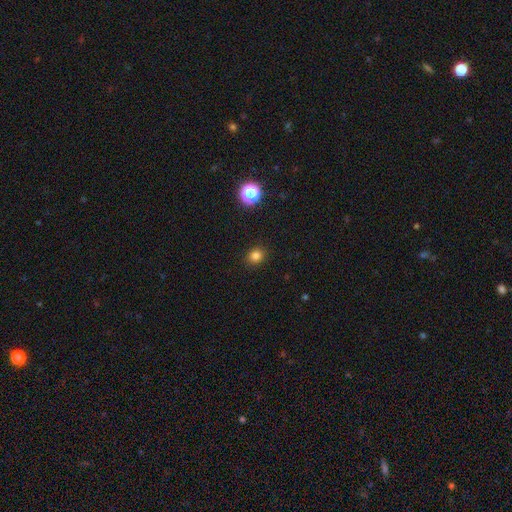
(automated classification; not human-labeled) Morphology: type=smooth (81%); roundness=round (71%); merging=none (90%).